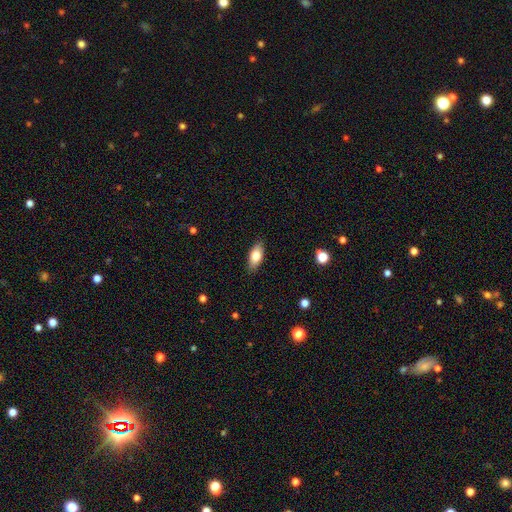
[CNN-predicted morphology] This is likely a smooth galaxy (76%). How rounded: clearly in between (85%). Merging: clearly none (87%).